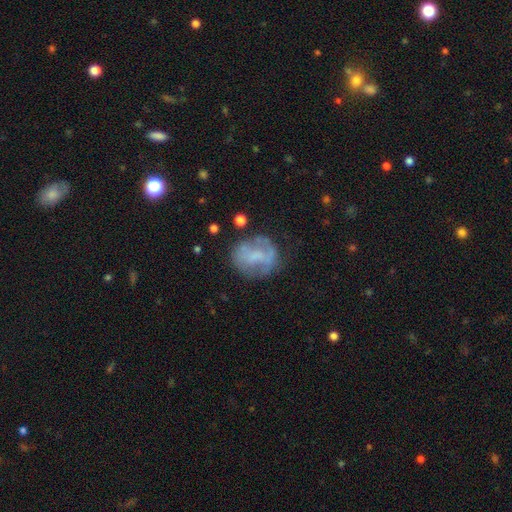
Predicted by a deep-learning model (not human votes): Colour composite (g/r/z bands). It shows a featured or disk galaxy (50%). Merging: none (58%).